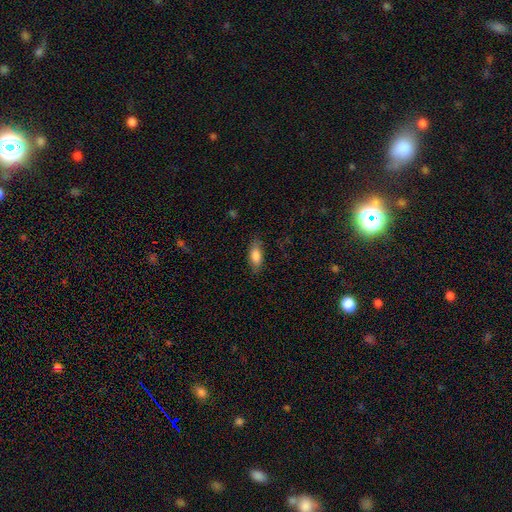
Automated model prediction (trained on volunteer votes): Smooth or featured? Predicted: smooth (p=0.83). How rounded? Predicted: in between (p=0.82). Merging? Predicted: none (p=0.80).